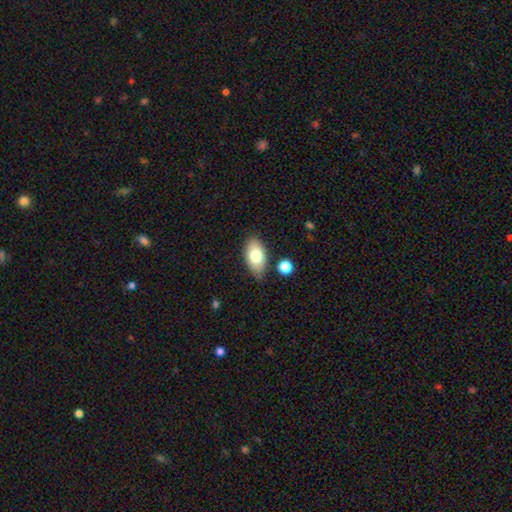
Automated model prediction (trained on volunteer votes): Smooth or featured? Predicted: smooth (p=0.76). How rounded? Predicted: in between (p=0.92). Merging? Predicted: none (p=0.78).